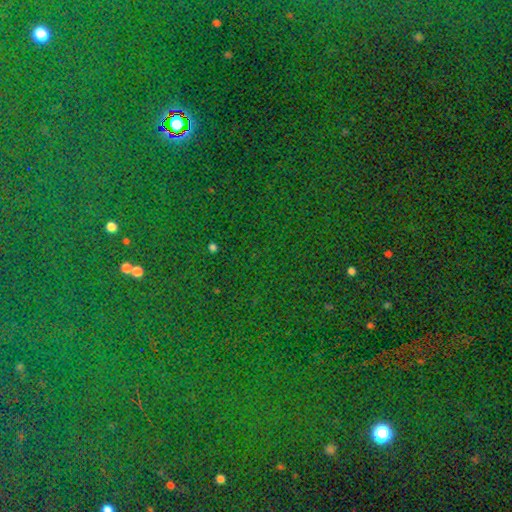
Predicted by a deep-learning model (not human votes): smooth-or-featured: star or artifact: 82% | smooth: 10% | featured or disk: 8%